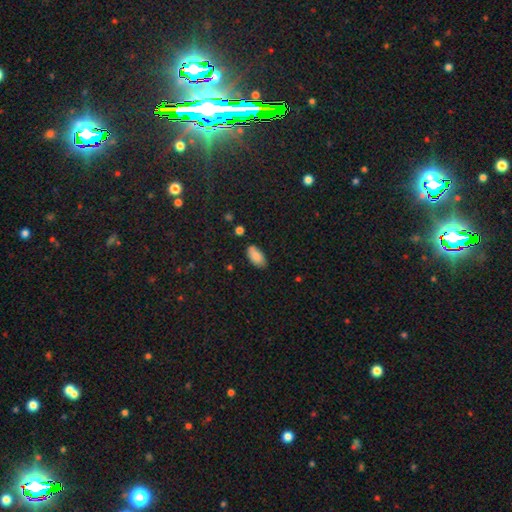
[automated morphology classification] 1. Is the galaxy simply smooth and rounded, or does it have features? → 84% smooth, 9% featured or disk, 8% star or artifact.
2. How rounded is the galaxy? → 94% in between, 3% cigar-shaped, 3% round.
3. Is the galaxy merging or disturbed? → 77% none, 17% minor disturbance, 3% merger, 3% major disturbance.